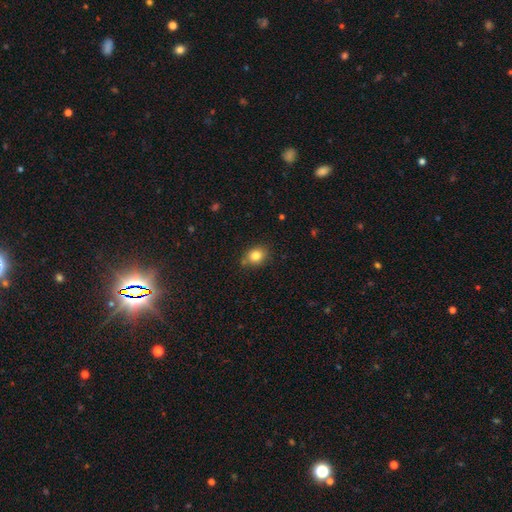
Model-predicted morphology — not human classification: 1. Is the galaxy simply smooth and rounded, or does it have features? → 83% smooth, 10% star or artifact, 7% featured or disk.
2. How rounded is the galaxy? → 54% round, 45% in between, 1% cigar-shaped.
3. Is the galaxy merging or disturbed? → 76% none, 16% minor disturbance, 5% merger, 3% major disturbance.